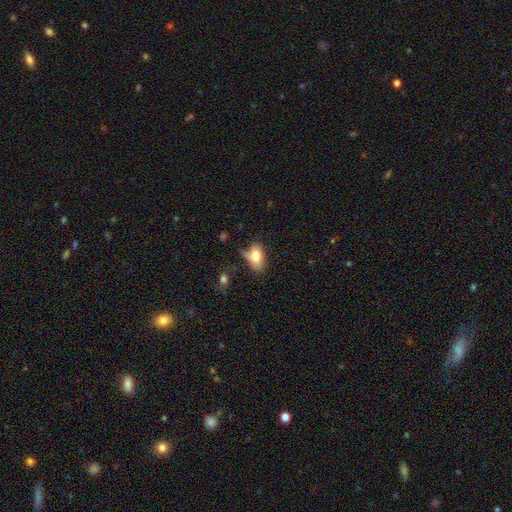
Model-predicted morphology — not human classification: smooth 78%, featured or disk 14%, star or artifact 9%. Down the decision tree: how rounded — in between (88%); merging — none (45%).